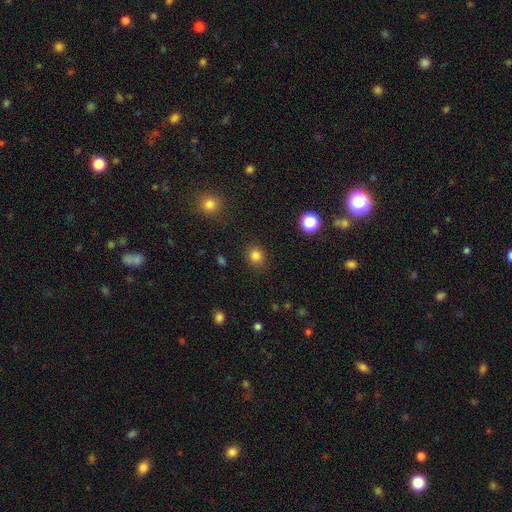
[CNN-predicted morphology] This is clearly a smooth galaxy (83%). How rounded: likely round (79%). Merging: clearly none (88%).